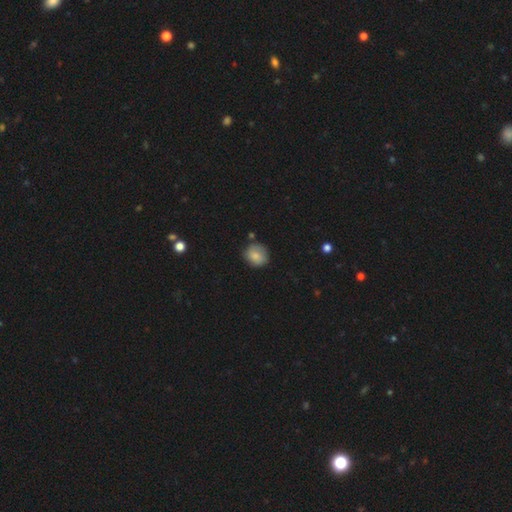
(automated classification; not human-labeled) smooth_or_featured: smooth (p=0.80) [alt: featured or disk p=0.11]
how_rounded: round (p=0.75) [alt: in between p=0.24]
merging: none (p=0.74) [alt: minor disturbance p=0.19]